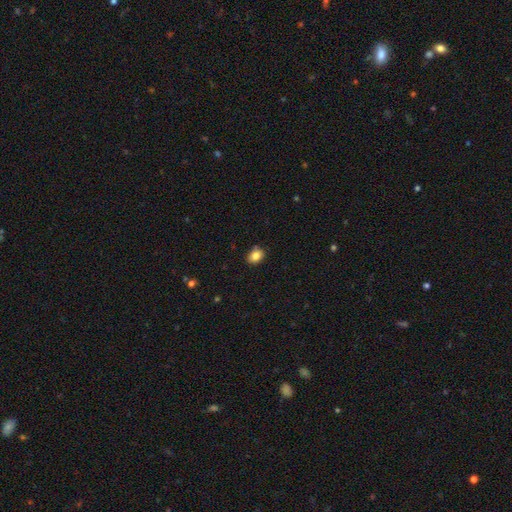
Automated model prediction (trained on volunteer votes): Smooth or featured? Predicted: smooth (p=0.83). How rounded? Predicted: in between (p=0.63). Merging? Predicted: none (p=0.83).